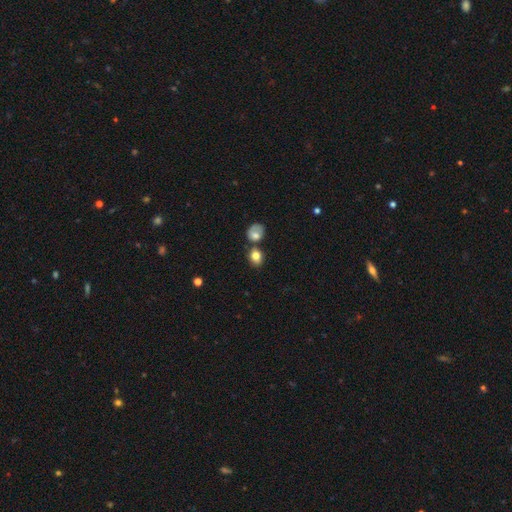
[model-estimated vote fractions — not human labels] This appears to be a smooth galaxy with no disk features (80%) that is round (50%). Merging: none (56%).